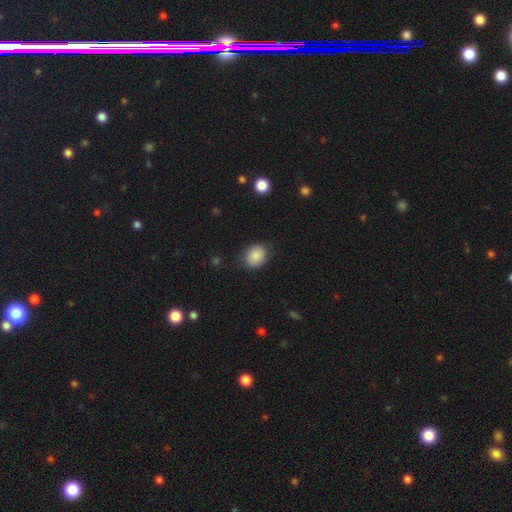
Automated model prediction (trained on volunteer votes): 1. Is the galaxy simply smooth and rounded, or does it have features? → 87% smooth, 8% star or artifact, 4% featured or disk.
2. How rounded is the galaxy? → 54% round, 45% in between, 1% cigar-shaped.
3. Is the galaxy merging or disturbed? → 83% none, 12% minor disturbance, 3% major disturbance, 1% merger.